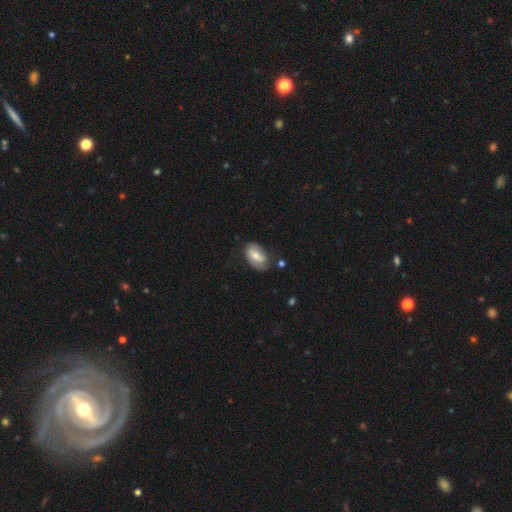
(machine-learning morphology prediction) A smooth galaxy with no disk features (50%). Merging: none (63%).